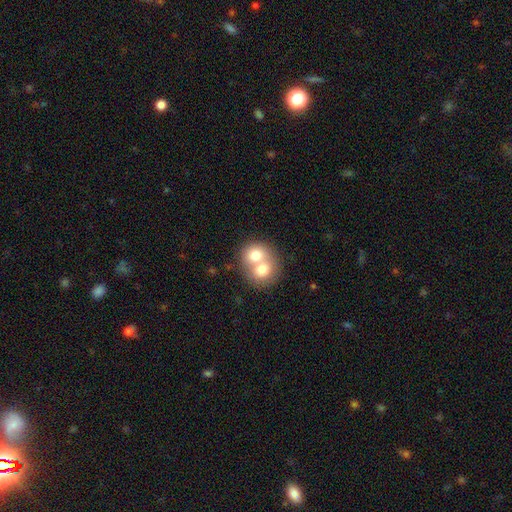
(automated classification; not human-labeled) Smooth or featured? smooth (70%)
How rounded? round (70%)
Merging? merger (71%)